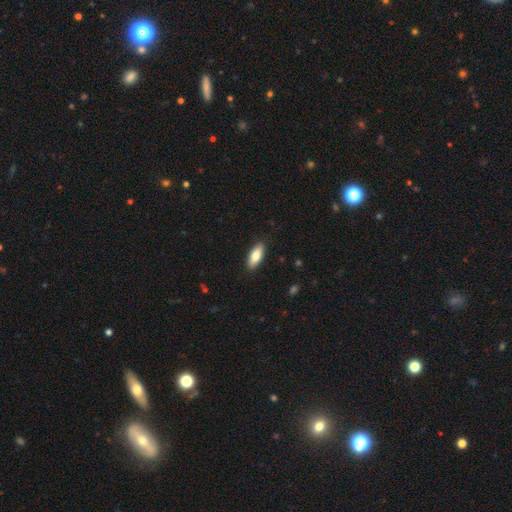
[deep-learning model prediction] Smooth or featured? smooth (80%)
How rounded? in between (74%)
Merging? none (89%)